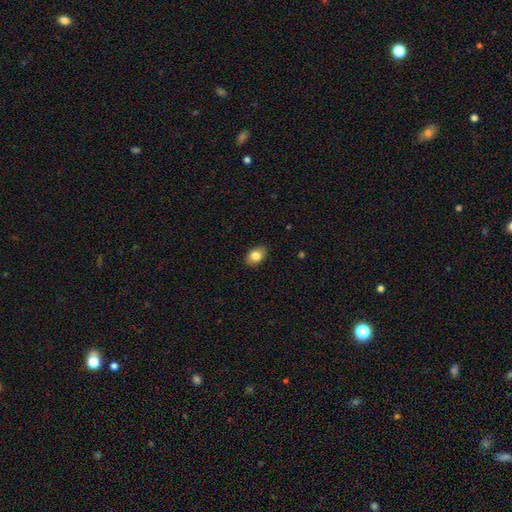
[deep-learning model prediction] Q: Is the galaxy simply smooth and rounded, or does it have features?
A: smooth — 83%.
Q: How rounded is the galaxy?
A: in between — 79%.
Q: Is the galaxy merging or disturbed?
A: none — 88%.